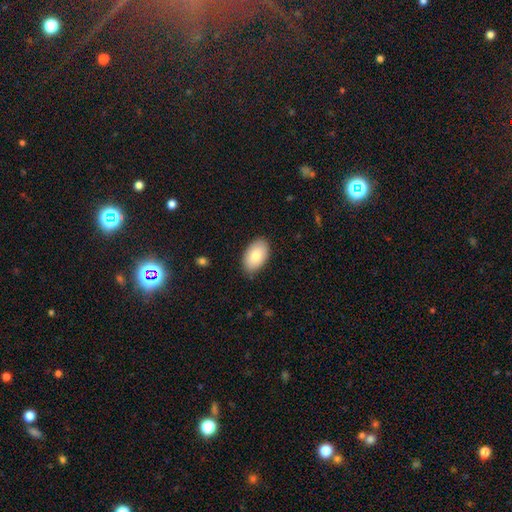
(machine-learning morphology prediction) The model was most divided on "merging": none: 83%, minor disturbance: 13%, major disturbance: 2%, merger: 1%. More confident: how rounded — in between (94%); smooth or featured — smooth (83%).